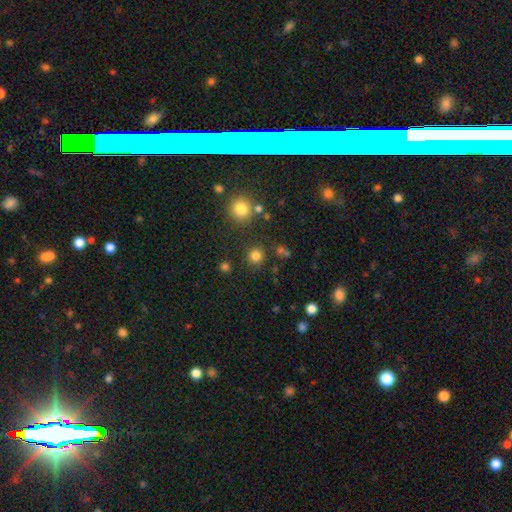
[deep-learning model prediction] Smooth or featured? Predicted: smooth (p=0.80). How rounded? Predicted: round (p=0.92). Merging? Predicted: none (p=0.86).